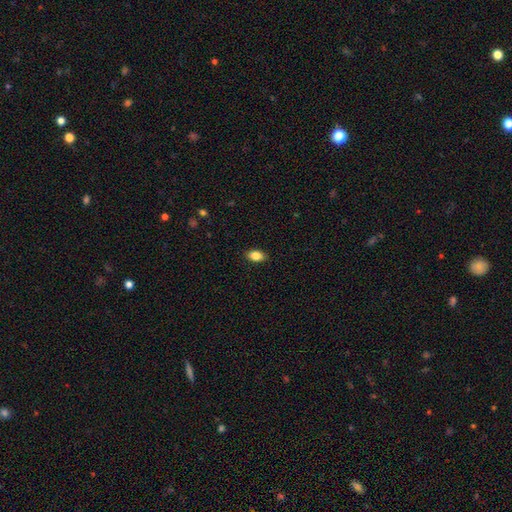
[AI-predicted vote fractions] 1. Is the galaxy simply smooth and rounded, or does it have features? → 86% smooth, 8% star or artifact, 6% featured or disk.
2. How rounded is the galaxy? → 89% in between, 9% round, 3% cigar-shaped.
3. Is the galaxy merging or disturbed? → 89% none, 9% minor disturbance, 2% major disturbance, 1% merger.